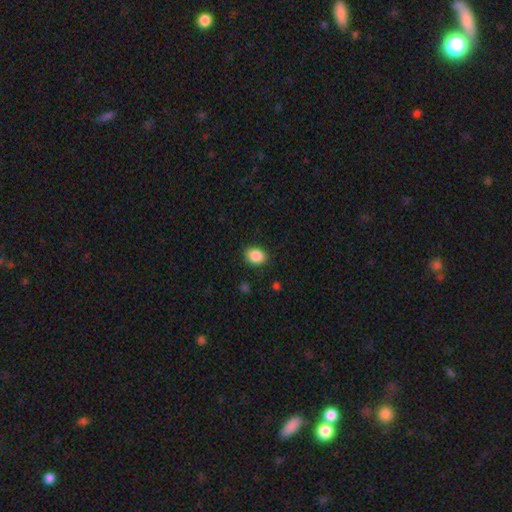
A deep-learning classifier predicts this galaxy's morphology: Smooth or featured? smooth (88%)
How rounded? in between (63%)
Merging? none (88%)